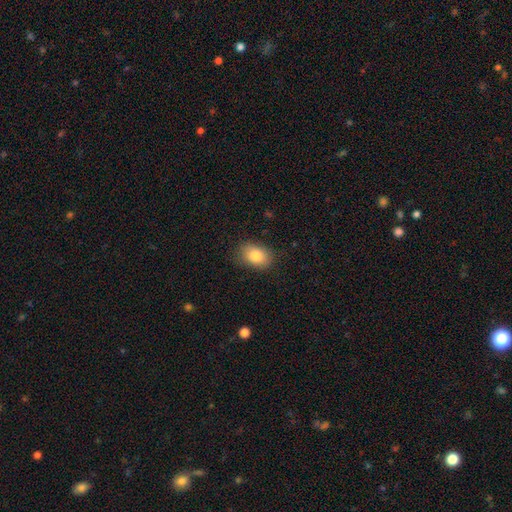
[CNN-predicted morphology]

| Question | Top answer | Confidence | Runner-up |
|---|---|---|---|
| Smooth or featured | smooth | 84% | featured or disk (8%) |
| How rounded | in between | 80% | round (19%) |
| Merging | none | 84% | minor disturbance (12%) |